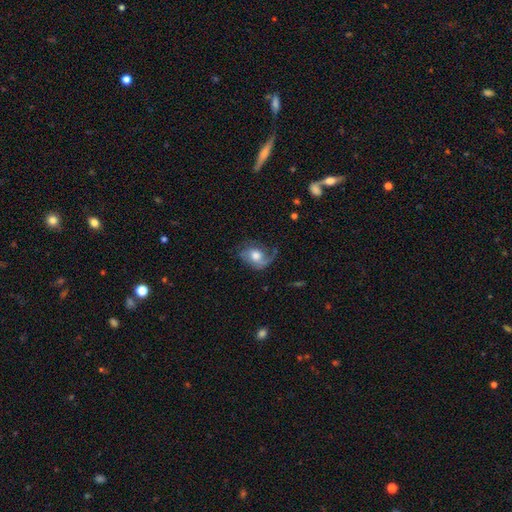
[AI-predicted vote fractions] Smooth or featured? Predicted: featured or disk (p=0.60). Edge-on disk? Predicted: no (p=0.96). Bar? Predicted: no (p=0.69). Spiral arms? Predicted: yes (p=0.85). Bulge size? Predicted: moderate (p=0.49). Merging? Predicted: none (p=0.50).